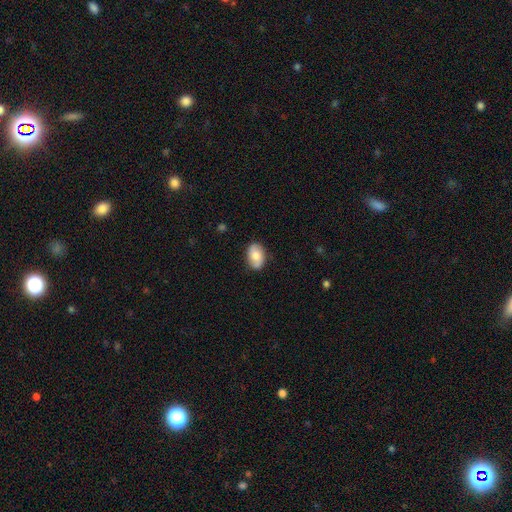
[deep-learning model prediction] A smooth galaxy with no disk features (71%) that is in between round and cigar-shaped (86%).

Vote fractions:
- Smooth or featured? smooth: 71% / featured or disk: 22% / star or artifact: 7%
- How rounded? in between: 86% / round: 12% / cigar-shaped: 1%
- Merging? none: 81% / minor disturbance: 15% / major disturbance: 3% / merger: 1%